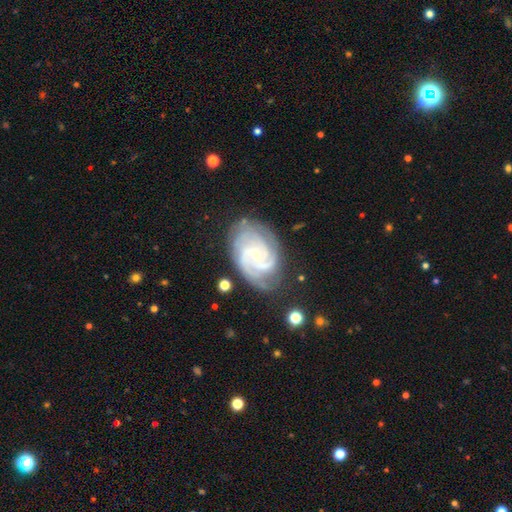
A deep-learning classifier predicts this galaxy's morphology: Overall: featured or disk (90%). Edge-on disk: no (98%). Bar: no (64%; weak 29%). Spiral arms: yes (98%). Spiral arm count: 3 (39%; 2 23%). Spiral winding: tight (69%). Bulge size: small (72%). Merging: none (75%).